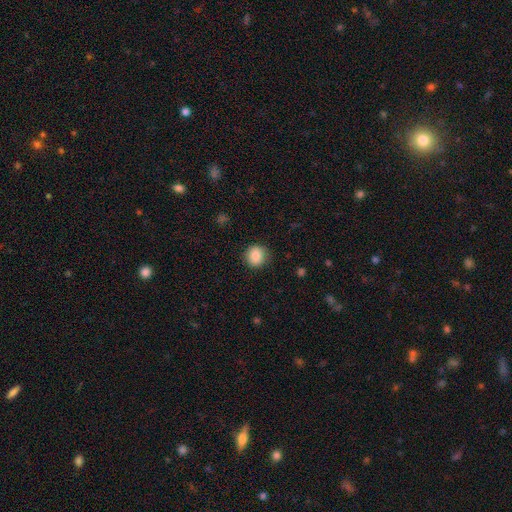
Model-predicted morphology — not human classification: smooth_or_featured: smooth (p=0.87) [alt: star or artifact p=0.09]
how_rounded: round (p=0.87) [alt: in between p=0.12]
merging: none (p=0.88) [alt: minor disturbance p=0.08]